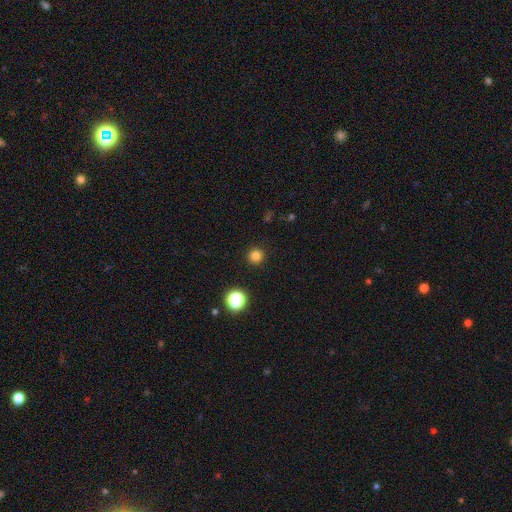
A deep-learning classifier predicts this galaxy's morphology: Q: Smooth or featured?
A: smooth (81%); runner-up: star or artifact (15%)
Q: How rounded?
A: round (95%); runner-up: in between (4%)
Q: Merging?
A: none (92%); runner-up: minor disturbance (5%)